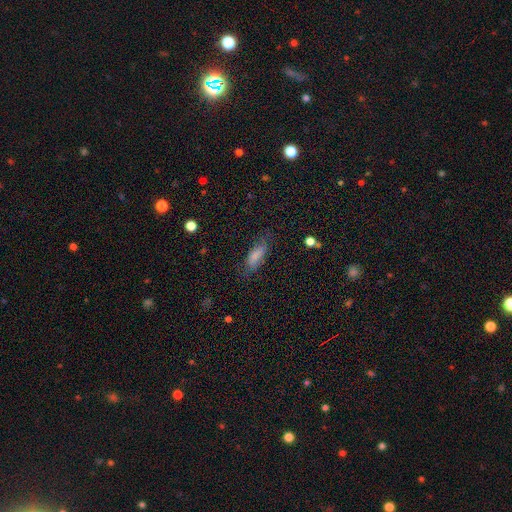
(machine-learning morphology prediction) A smooth galaxy with no disk features (77%) that is in between round and cigar-shaped (73%). Merging: none (67%).